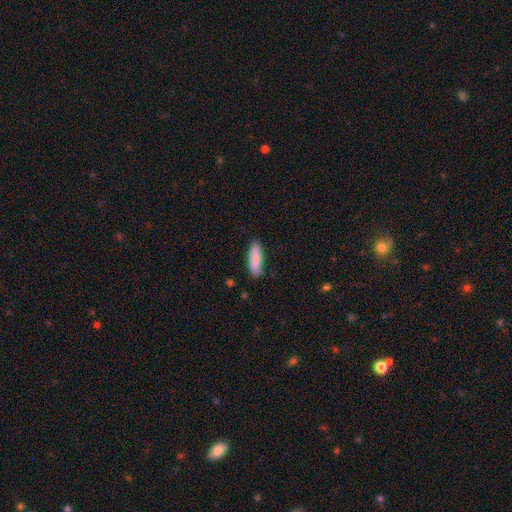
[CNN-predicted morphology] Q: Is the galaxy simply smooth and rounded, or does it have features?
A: smooth — 88%.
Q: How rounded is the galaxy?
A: in between — 51%.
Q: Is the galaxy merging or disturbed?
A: none — 83%.